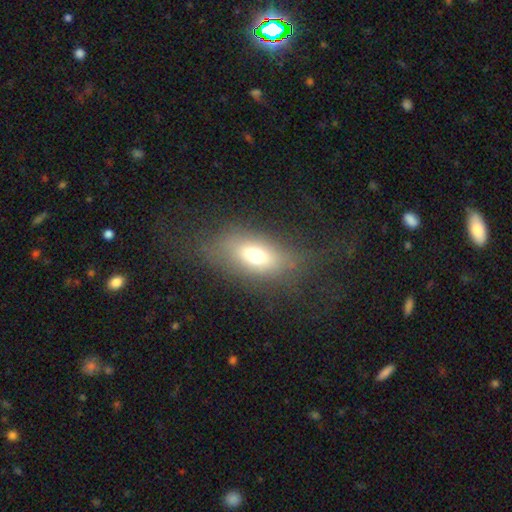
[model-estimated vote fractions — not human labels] This appears to be a smooth galaxy with no disk features (63%) that is in between round and cigar-shaped (80%). Merging: none (64%).